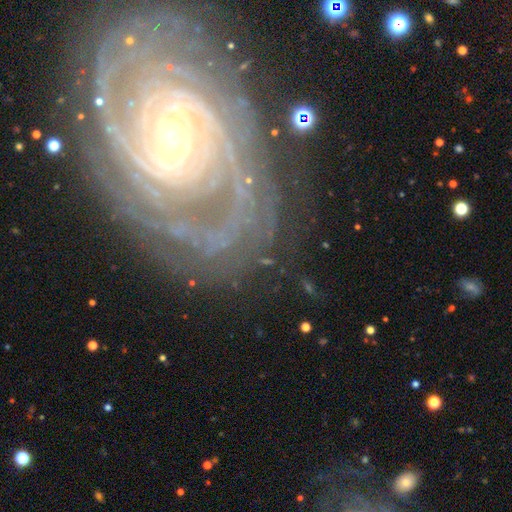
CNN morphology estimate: featured or disk 89%, star or artifact 7%, smooth 4%. Down the decision tree: edge-on disk — no (96%); bar — no (53%); spiral arms — yes (98%); spiral arm count — can't tell (22%); spiral winding — tight (82%); bulge size — small (63%); merging — none (78%).